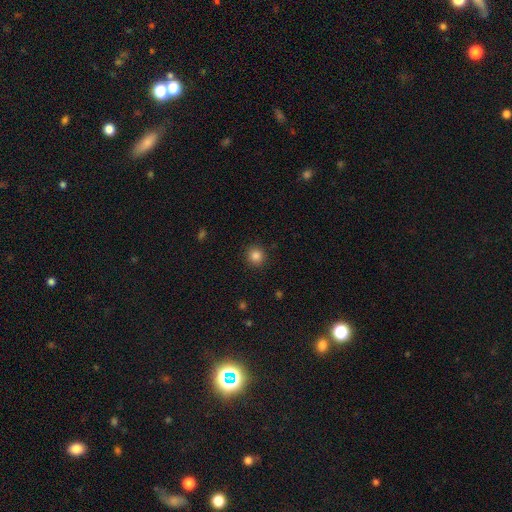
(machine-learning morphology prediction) This appears to be a smooth galaxy with no disk features (84%) that is round (93%). Merging: none (91%).